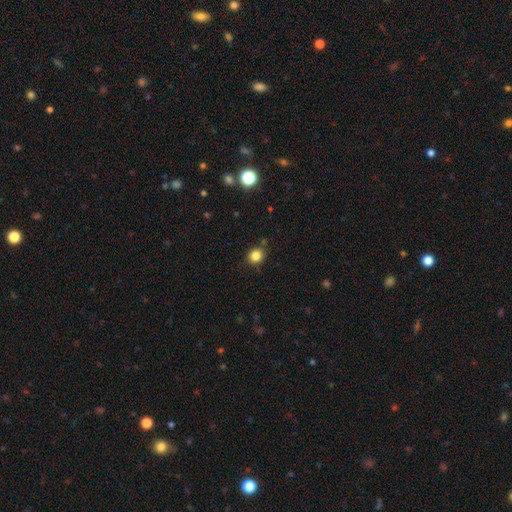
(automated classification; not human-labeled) Smooth or featured? smooth (82%)
How rounded? round (85%)
Merging? none (84%)